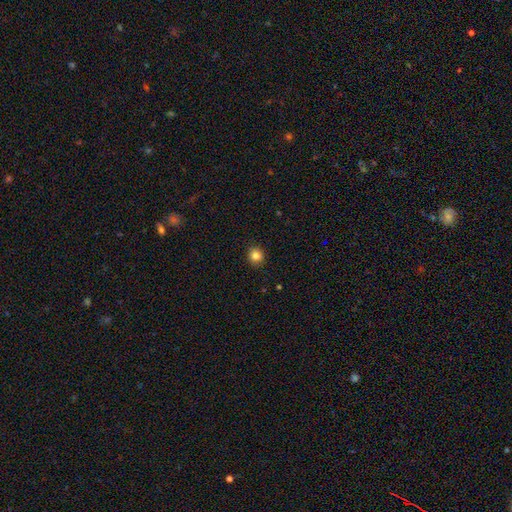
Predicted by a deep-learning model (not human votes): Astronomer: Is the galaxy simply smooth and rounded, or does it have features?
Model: smooth — 84%.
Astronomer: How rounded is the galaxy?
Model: round — 83%.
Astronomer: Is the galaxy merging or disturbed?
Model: none — 90%.